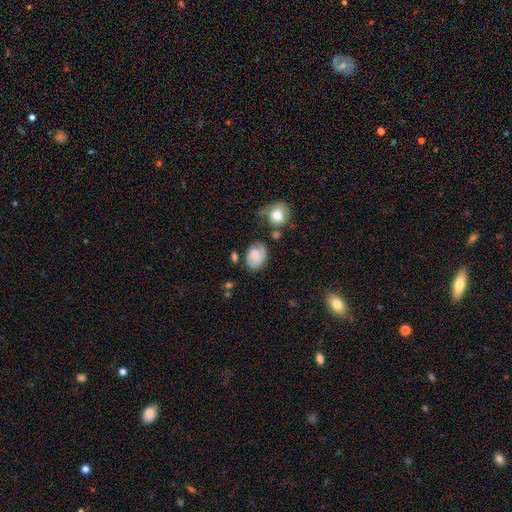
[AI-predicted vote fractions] This appears to be a featured or disk galaxy (48%). Merging: none (58%).